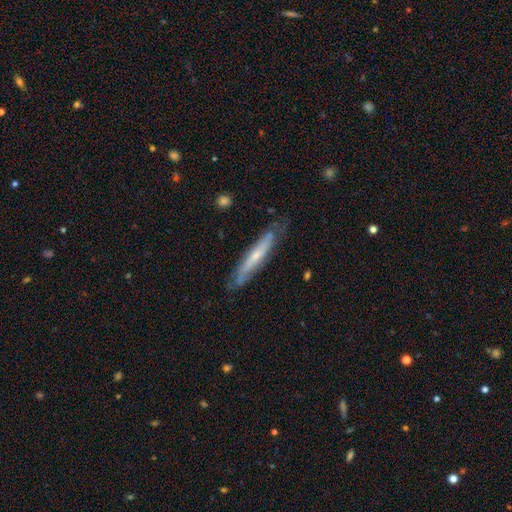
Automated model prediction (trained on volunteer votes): featured or disk 57%, smooth 37%, star or artifact 6%. Down the decision tree: edge-on disk — yes (76%); merging — none (75%).